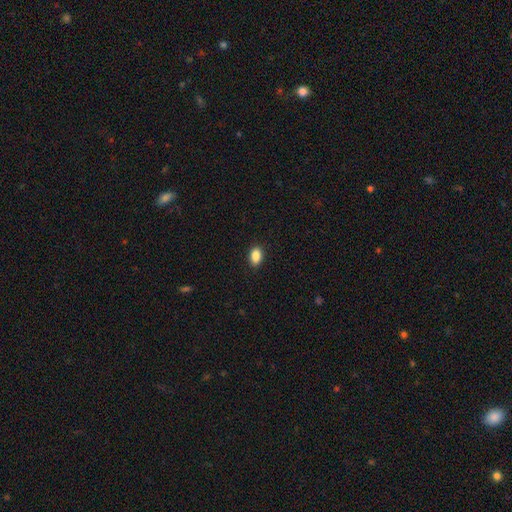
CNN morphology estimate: This appears to be a smooth galaxy with no disk features (88%) that is in between round and cigar-shaped (84%). Merging: none (90%).